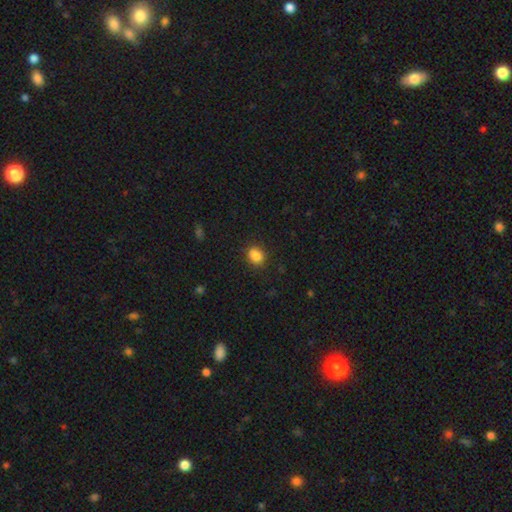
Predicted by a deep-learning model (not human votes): smooth_or_featured: smooth (p=0.86) [alt: star or artifact p=0.10]
how_rounded: in between (p=0.60) [alt: round p=0.39]
merging: none (p=0.82) [alt: minor disturbance p=0.13]